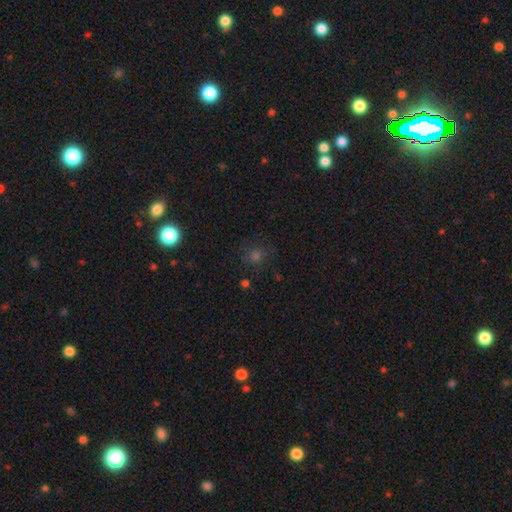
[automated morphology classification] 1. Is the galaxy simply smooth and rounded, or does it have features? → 53% smooth, 36% star or artifact, 11% featured or disk.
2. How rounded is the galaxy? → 85% round, 14% in between, 1% cigar-shaped.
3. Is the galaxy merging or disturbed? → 79% none, 12% minor disturbance, 7% major disturbance, 3% merger.